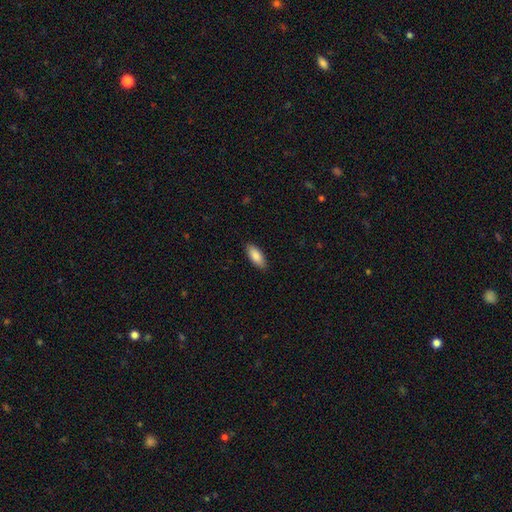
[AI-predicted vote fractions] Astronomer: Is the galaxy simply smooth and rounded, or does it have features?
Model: smooth — 87%.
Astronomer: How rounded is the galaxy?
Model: in between — 80%.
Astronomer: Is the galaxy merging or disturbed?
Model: none — 88%.